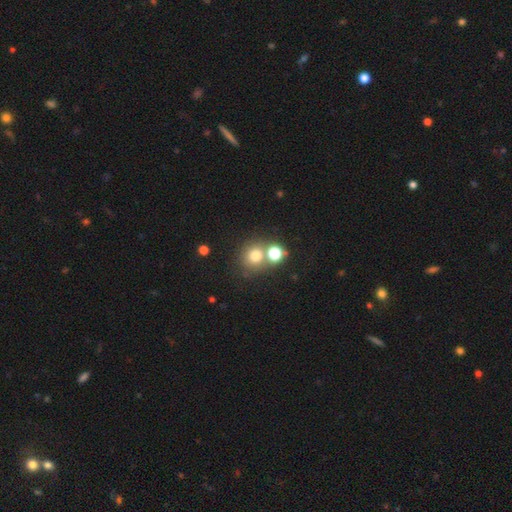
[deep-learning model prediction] A smooth galaxy with no disk features (74%) that is round (86%). Merging: none (58%).